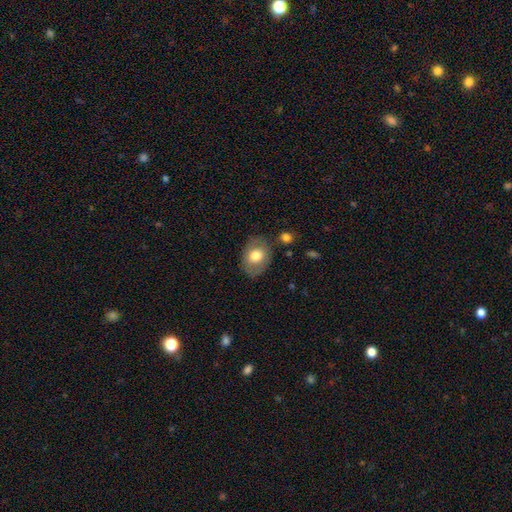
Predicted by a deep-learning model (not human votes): smooth 71%, featured or disk 22%, star or artifact 7%. Down the decision tree: how rounded — in between (64%); merging — none (76%).